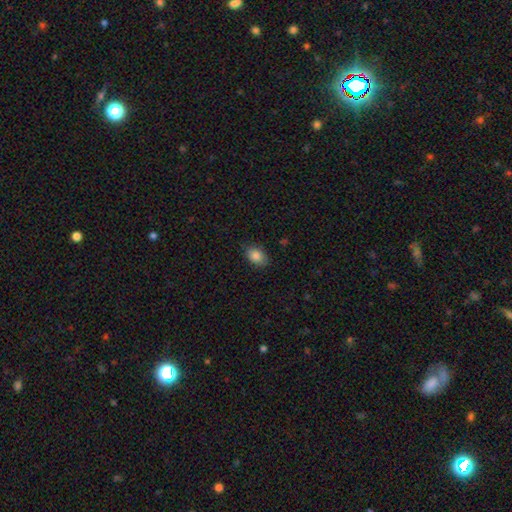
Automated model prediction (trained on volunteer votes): Overall: smooth (87%). How rounded: in between (84%). Merging: none (83%).